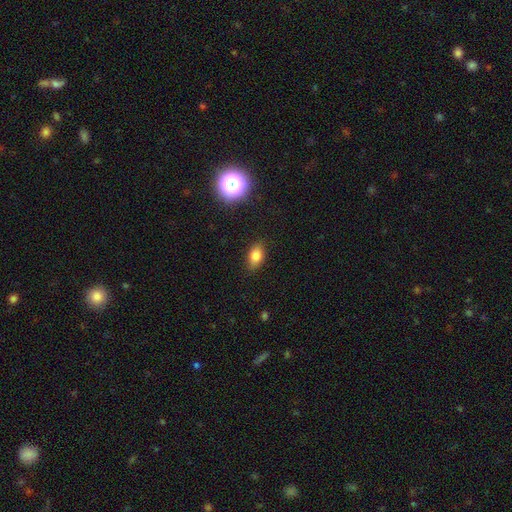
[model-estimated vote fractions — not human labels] This appears to be a smooth galaxy with no disk features (80%) that is in between round and cigar-shaped (85%). Merging: none (85%).